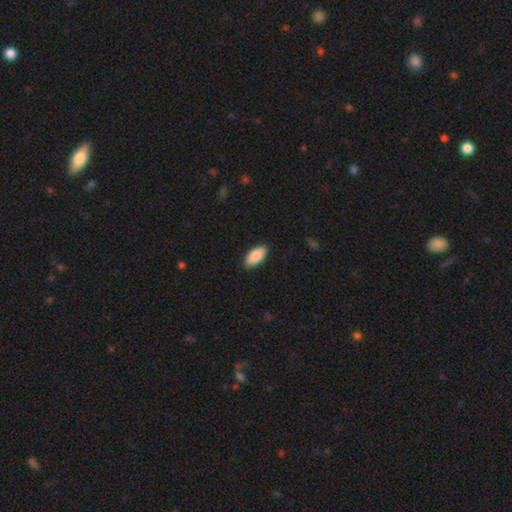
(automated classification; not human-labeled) Smooth or featured?
  - smooth: 89% *
  - star or artifact: 6%
  - featured or disk: 5%
How rounded?
  - in between: 93% *
  - cigar-shaped: 5%
  - round: 2%
Merging?
  - none: 88% *
  - minor disturbance: 9%
  - major disturbance: 2%
  - merger: 1%